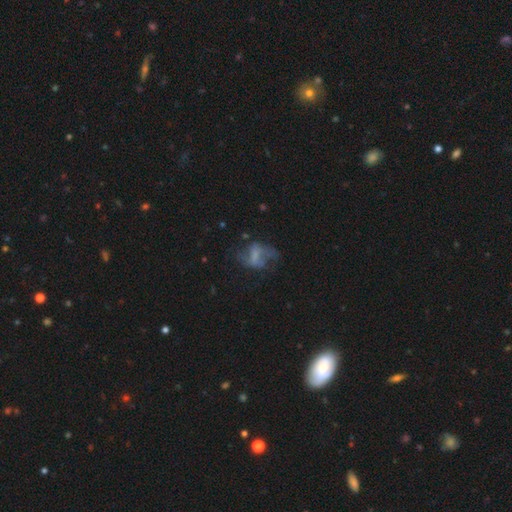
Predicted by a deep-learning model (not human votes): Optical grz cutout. It shows a featured or disk galaxy (52%). Merging: none (39%).